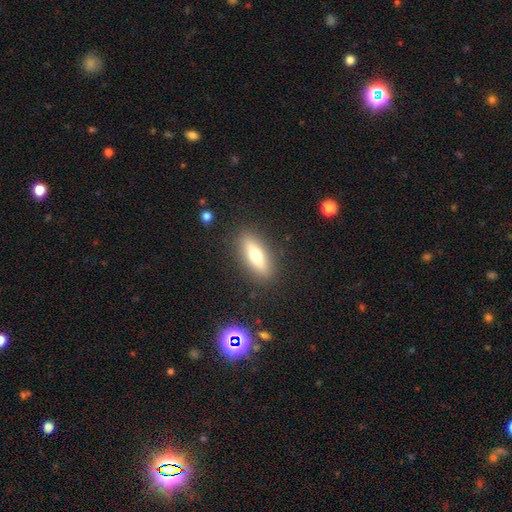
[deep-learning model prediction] This appears to be a smooth galaxy with no disk features (55%) that is in between round and cigar-shaped (51%). Merging: none (87%).